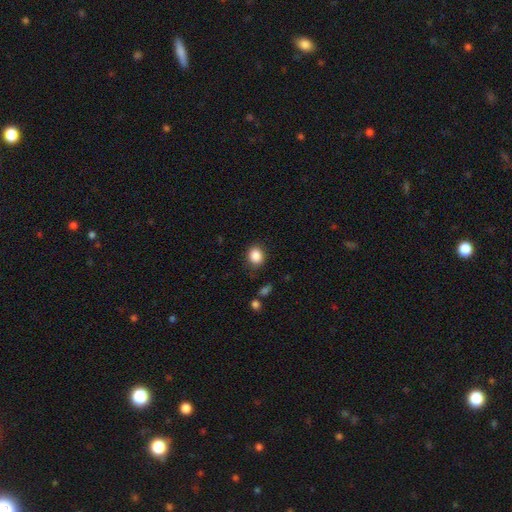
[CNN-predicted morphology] A smooth galaxy with no disk features (87%) that is round (64%). Merging: none (84%).